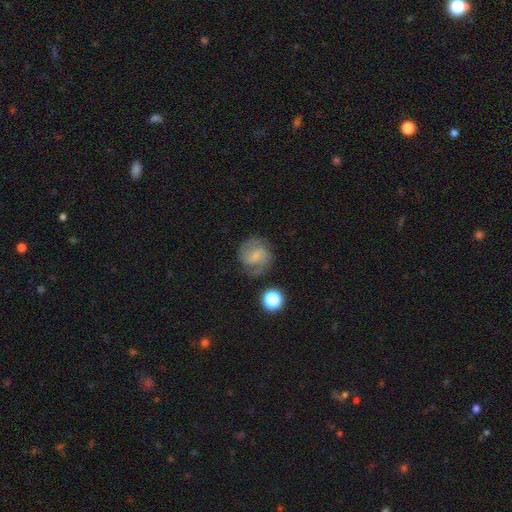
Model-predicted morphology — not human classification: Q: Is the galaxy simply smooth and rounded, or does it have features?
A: featured or disk — 57%.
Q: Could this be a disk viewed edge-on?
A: no — 97%.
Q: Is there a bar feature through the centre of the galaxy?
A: weak — 53%.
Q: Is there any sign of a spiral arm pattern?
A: yes — 86%.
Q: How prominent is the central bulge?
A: small — 54%.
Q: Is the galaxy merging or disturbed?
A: none — 70%.